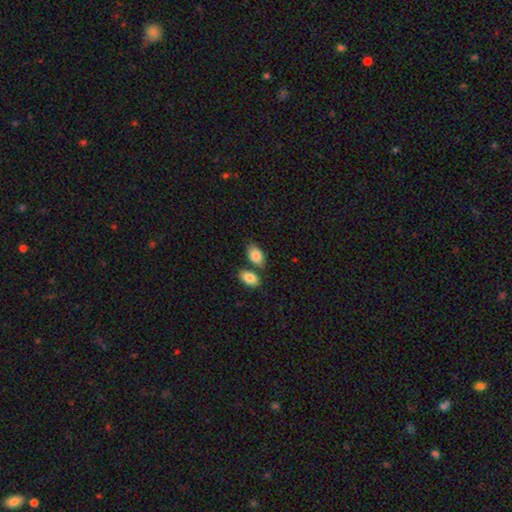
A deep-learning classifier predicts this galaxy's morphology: A smooth galaxy with no disk features (85%) that is in between round and cigar-shaped (92%).

Vote fractions:
- Smooth or featured? smooth: 85% / featured or disk: 9% / star or artifact: 7%
- How rounded? in between: 92% / round: 6% / cigar-shaped: 2%
- Merging? none: 61% / merger: 23% / minor disturbance: 12% / major disturbance: 3%